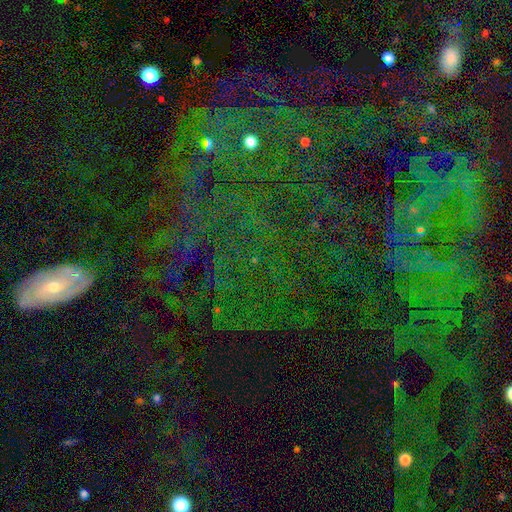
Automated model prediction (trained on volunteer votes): Smooth or featured: star or artifact — 67% (featured or disk — 17%)